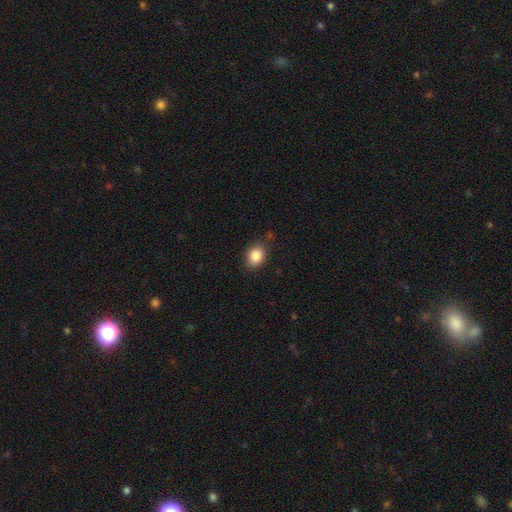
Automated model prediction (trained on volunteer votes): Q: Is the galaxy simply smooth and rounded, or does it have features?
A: smooth — 86%.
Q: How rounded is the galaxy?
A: in between — 59%.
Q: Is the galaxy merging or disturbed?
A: none — 84%.